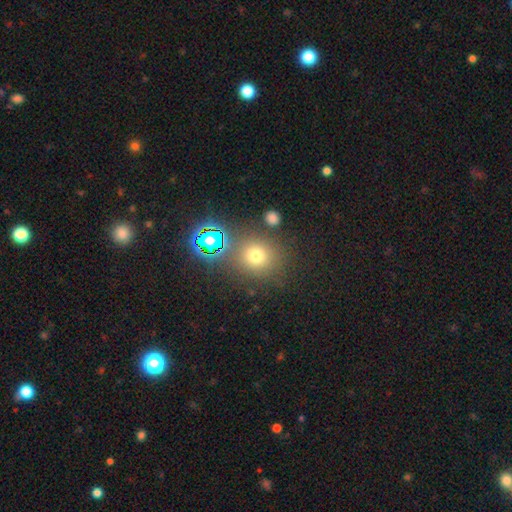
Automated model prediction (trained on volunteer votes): The model was most divided on "smooth or featured": smooth: 67%, star or artifact: 24%, featured or disk: 9%. More confident: how rounded — round (84%); merging — none (79%).